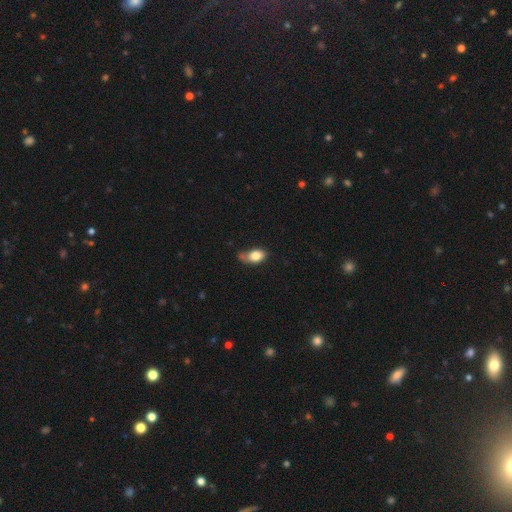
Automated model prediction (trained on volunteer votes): Smooth or featured: smooth — 81% (featured or disk — 12%)
How rounded: in between — 84% (round — 13%)
Merging: none — 41% (minor disturbance — 37%)